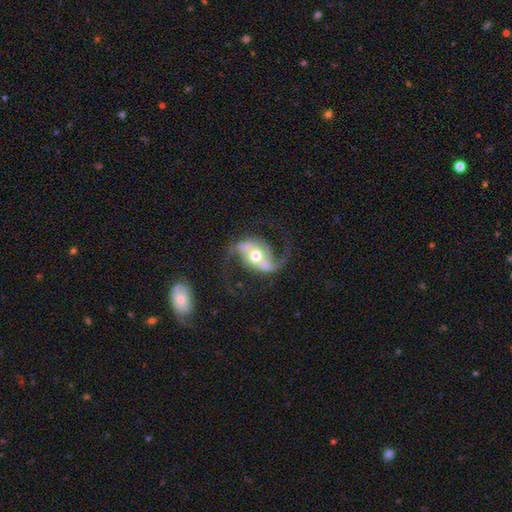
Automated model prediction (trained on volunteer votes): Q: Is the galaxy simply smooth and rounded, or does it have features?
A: featured or disk — 90%.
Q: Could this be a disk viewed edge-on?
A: no — 97%.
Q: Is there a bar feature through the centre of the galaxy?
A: strong — 42%.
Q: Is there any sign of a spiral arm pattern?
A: yes — 97%.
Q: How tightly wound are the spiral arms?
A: loose — 66%.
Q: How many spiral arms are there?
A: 2 — 93%.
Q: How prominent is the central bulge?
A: moderate — 72%.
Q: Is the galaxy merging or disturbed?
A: none — 73%.